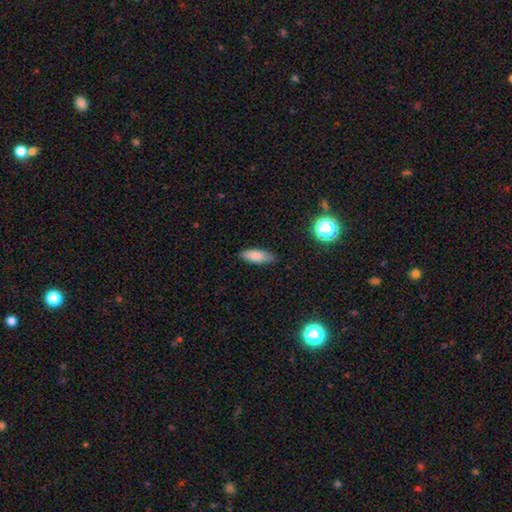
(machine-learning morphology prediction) smooth_or_featured: smooth (p=0.82) [alt: featured or disk p=0.10]
how_rounded: in between (p=0.66) [alt: cigar-shaped p=0.31]
merging: none (p=0.82) [alt: minor disturbance p=0.14]